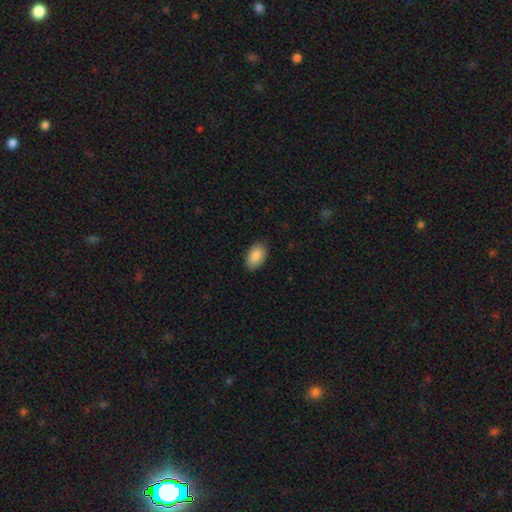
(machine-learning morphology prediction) Smooth or featured? smooth (87%)
How rounded? in between (94%)
Merging? none (88%)